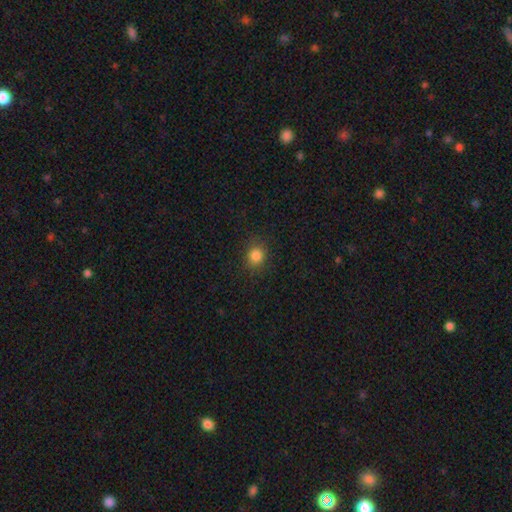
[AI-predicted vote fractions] smooth_or_featured: smooth (p=0.84) [alt: star or artifact p=0.12]
how_rounded: round (p=0.77) [alt: in between p=0.22]
merging: none (p=0.87) [alt: minor disturbance p=0.09]